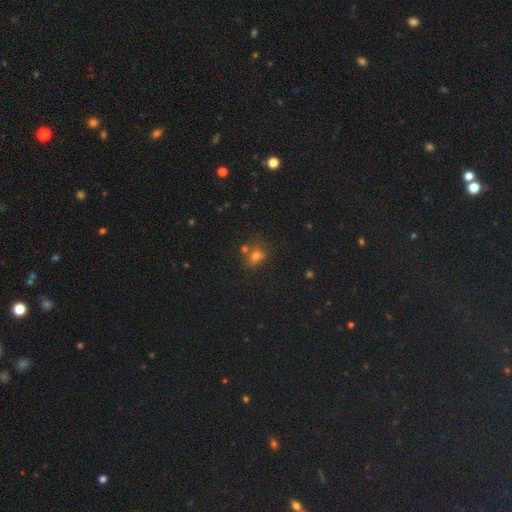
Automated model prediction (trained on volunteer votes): smooth_or_featured: smooth (p=0.63) [alt: star or artifact p=0.25]
how_rounded: round (p=0.58) [alt: in between p=0.41]
merging: none (p=0.55) [alt: merger p=0.25]